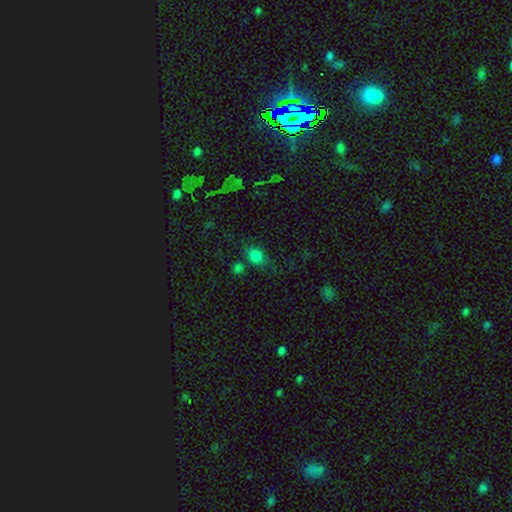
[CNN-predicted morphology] Q: Smooth or featured?
A: smooth (78%); runner-up: star or artifact (16%)
Q: How rounded?
A: round (49%); tied with: in between (49%)
Q: Merging?
A: none (66%); runner-up: minor disturbance (17%)